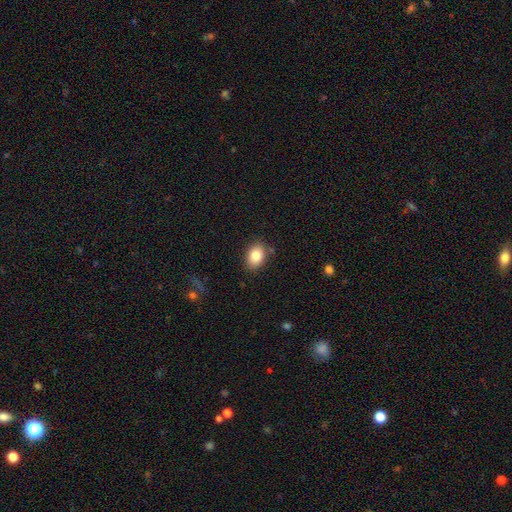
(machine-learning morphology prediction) Smooth or featured? Predicted: smooth (p=0.84). How rounded? Predicted: in between (p=0.77). Merging? Predicted: none (p=0.84).